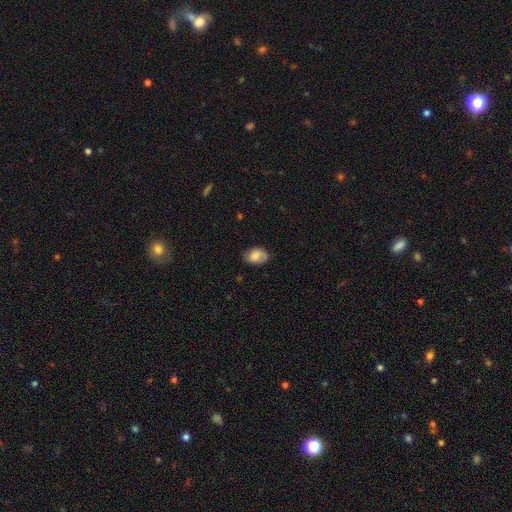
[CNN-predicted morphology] smooth_or_featured: smooth (p=0.73) [alt: featured or disk p=0.20]
how_rounded: in between (p=0.79) [alt: round p=0.20]
merging: none (p=0.75) [alt: minor disturbance p=0.20]